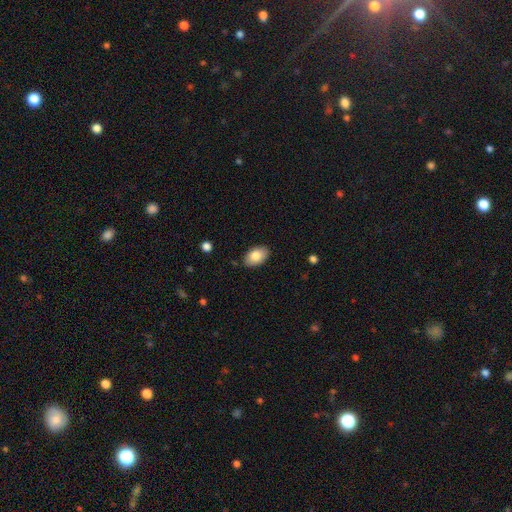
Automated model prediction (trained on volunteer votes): The model was most divided on "smooth or featured": smooth: 82%, featured or disk: 11%, star or artifact: 7%. More confident: how rounded — in between (91%); merging — none (86%).